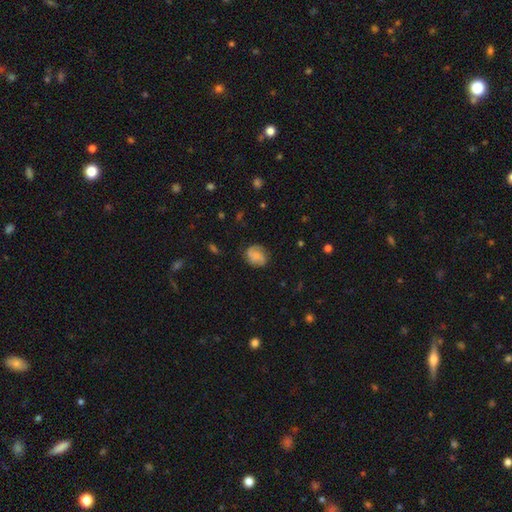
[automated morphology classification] smooth_or_featured: featured or disk (p=0.51) [alt: smooth p=0.40]
disk_edge_on: no (p=0.98) [alt: yes p=0.02]
bar: no (p=0.62) [alt: weak p=0.32]
has_spiral_arms: yes (p=0.90) [alt: no p=0.10]
bulge_size: small (p=0.44) [alt: none p=0.28]
merging: none (p=0.74) [alt: minor disturbance p=0.18]